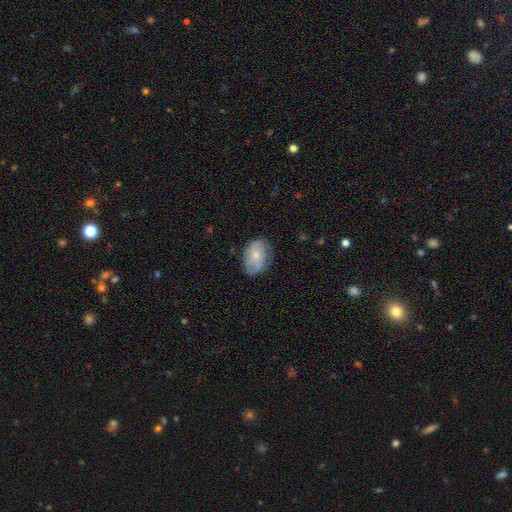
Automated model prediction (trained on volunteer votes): smooth-or-featured: smooth: 58% | featured or disk: 35% | star or artifact: 7%
  how-rounded: in between: 77% | round: 21% | cigar-shaped: 1%
  merging: none: 69% | minor disturbance: 23% | major disturbance: 6% | merger: 1%